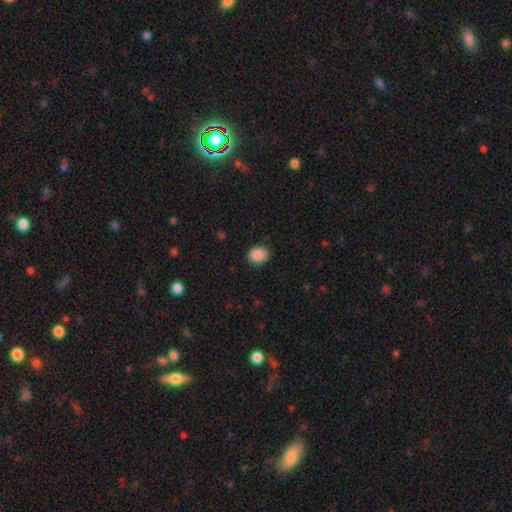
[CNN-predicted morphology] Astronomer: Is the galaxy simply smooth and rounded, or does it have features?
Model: smooth — 89%.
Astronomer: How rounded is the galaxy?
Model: round — 54% (runner-up: in between, 46%).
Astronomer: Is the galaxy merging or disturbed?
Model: none — 87%.